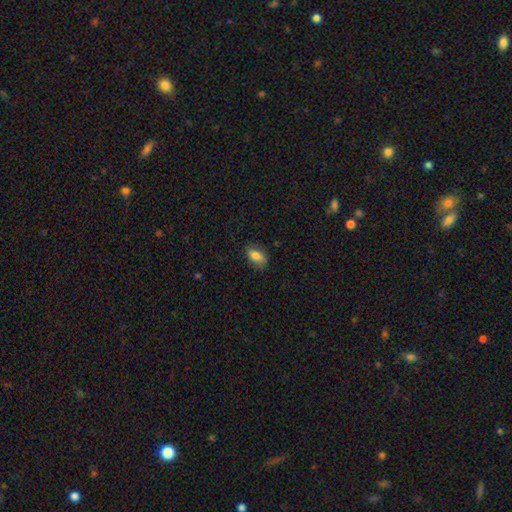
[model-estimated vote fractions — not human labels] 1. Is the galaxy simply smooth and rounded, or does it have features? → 80% smooth, 12% featured or disk, 8% star or artifact.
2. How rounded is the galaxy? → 87% in between, 8% round, 5% cigar-shaped.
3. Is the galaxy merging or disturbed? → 78% none, 17% minor disturbance, 4% major disturbance, 1% merger.